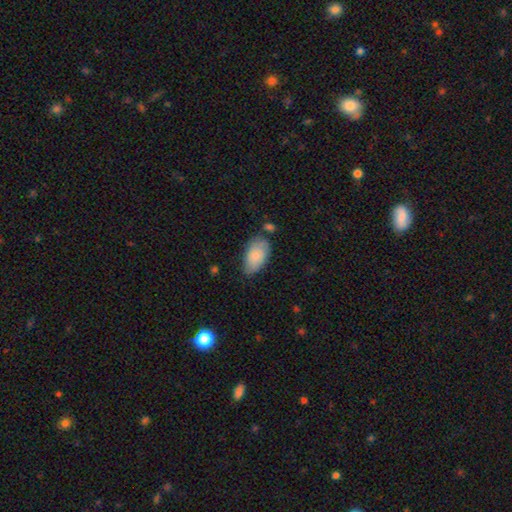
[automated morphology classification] Q: Smooth or featured?
A: smooth (83%); runner-up: featured or disk (11%)
Q: How rounded?
A: in between (94%); runner-up: round (4%)
Q: Merging?
A: none (62%); runner-up: minor disturbance (27%)